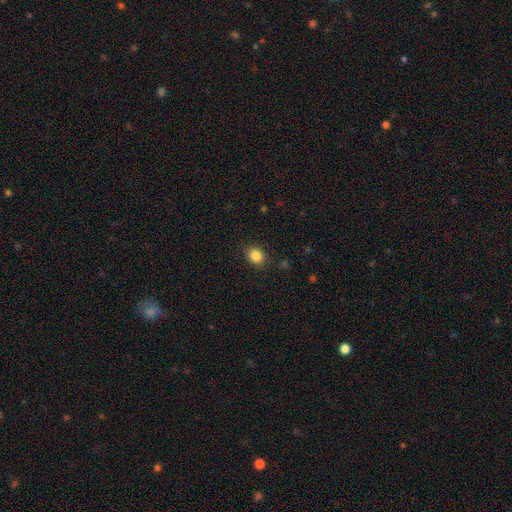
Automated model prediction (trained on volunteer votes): The model was most divided on "how rounded": in between: 51%, round: 48%, cigar-shaped: 1%. More confident: merging — none (86%); smooth or featured — smooth (86%).